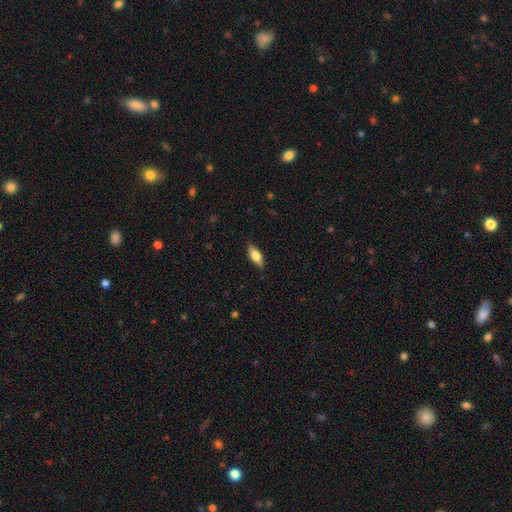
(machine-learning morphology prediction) Smooth or featured?
  - smooth: 70% *
  - featured or disk: 24%
  - star or artifact: 6%
How rounded?
  - in between: 75% *
  - cigar-shaped: 22%
  - round: 3%
Merging?
  - none: 85% *
  - minor disturbance: 12%
  - major disturbance: 2%
  - merger: 1%